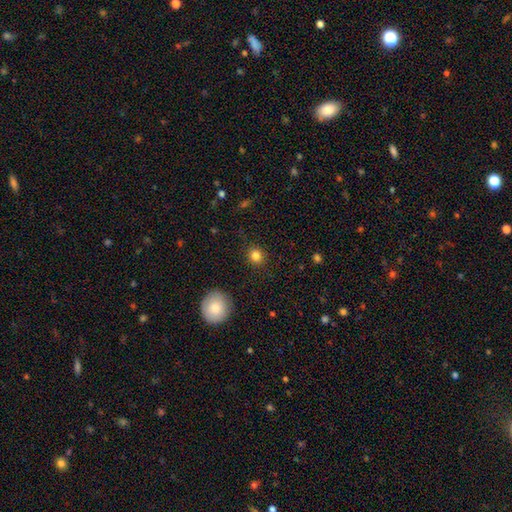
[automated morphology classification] This is clearly a smooth galaxy (83%). How rounded: clearly round (84%). Merging: clearly none (89%).